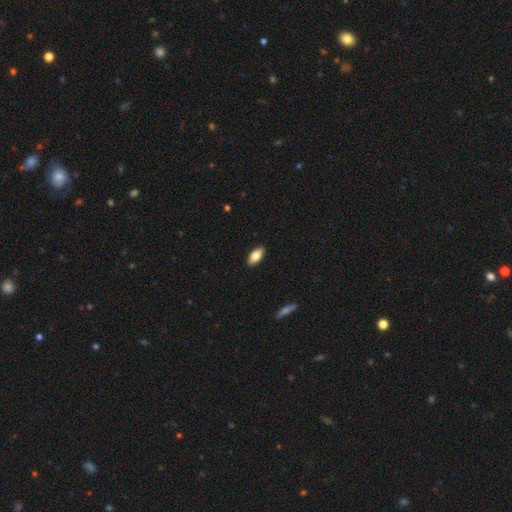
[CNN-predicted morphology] Q: Smooth or featured?
A: smooth (78%); runner-up: featured or disk (16%)
Q: How rounded?
A: in between (87%); runner-up: cigar-shaped (11%)
Q: Merging?
A: none (90%); runner-up: minor disturbance (7%)